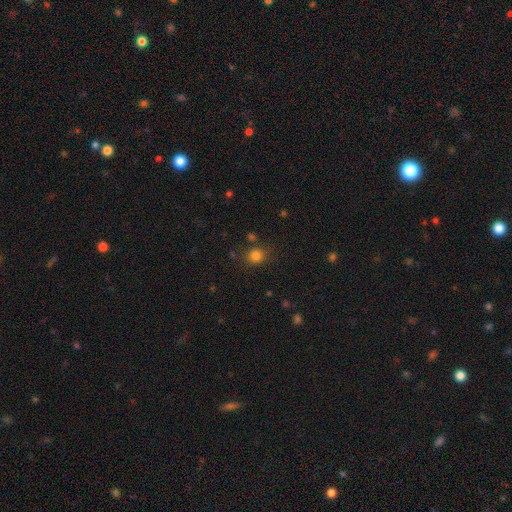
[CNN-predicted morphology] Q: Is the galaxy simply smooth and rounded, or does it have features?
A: smooth — 80%.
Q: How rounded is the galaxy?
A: round — 82%.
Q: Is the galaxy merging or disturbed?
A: none — 82%.